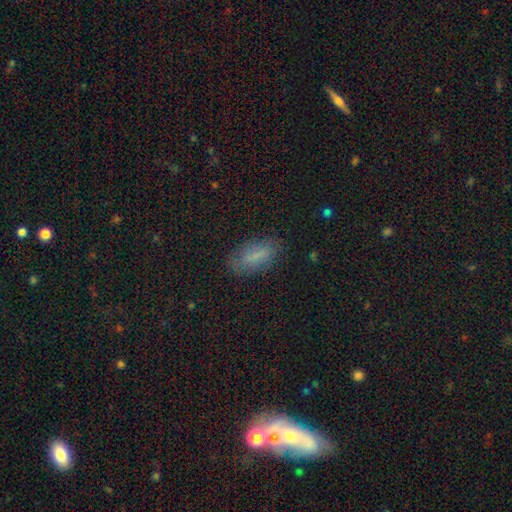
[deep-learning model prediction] Smooth or featured? Predicted: smooth (p=0.73). How rounded? Predicted: in between (p=0.79). Merging? Predicted: none (p=0.76).